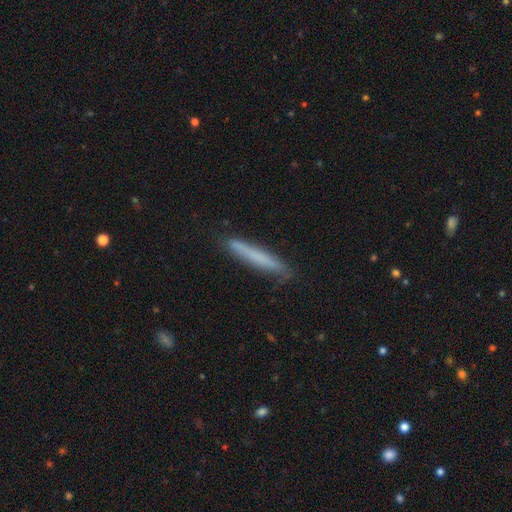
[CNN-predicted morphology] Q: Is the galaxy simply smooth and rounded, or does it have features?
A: smooth — 66%.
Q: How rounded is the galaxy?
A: cigar-shaped — 96%.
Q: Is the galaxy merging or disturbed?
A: none — 85%.